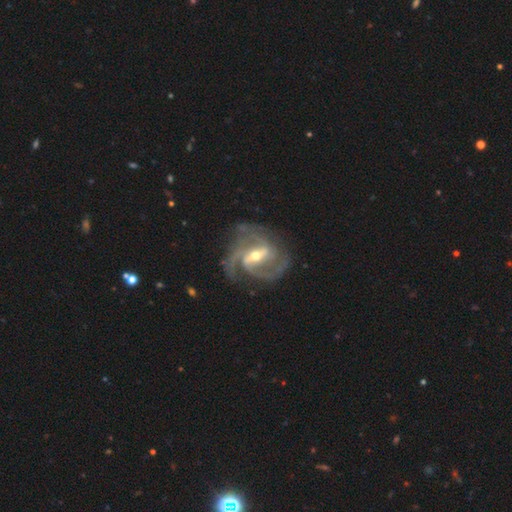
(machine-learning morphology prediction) Smooth or featured? Predicted: featured or disk (p=0.92). Edge-on disk? Predicted: no (p=0.98). Bar? Predicted: strong (p=0.48). Spiral arms? Predicted: yes (p=0.98). Spiral winding? Predicted: medium (p=0.55). Spiral arm count? Predicted: 2 (p=0.42). Bulge size? Predicted: moderate (p=0.55). Merging? Predicted: none (p=0.68).